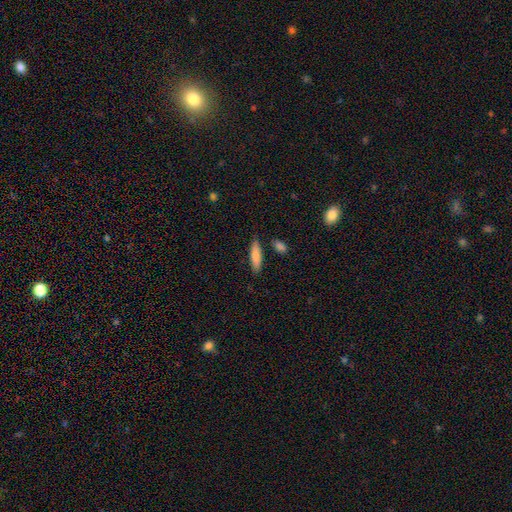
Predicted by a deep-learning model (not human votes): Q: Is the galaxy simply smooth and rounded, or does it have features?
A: smooth — 83%.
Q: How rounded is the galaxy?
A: cigar-shaped — 70%.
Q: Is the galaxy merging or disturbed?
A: none — 84%.